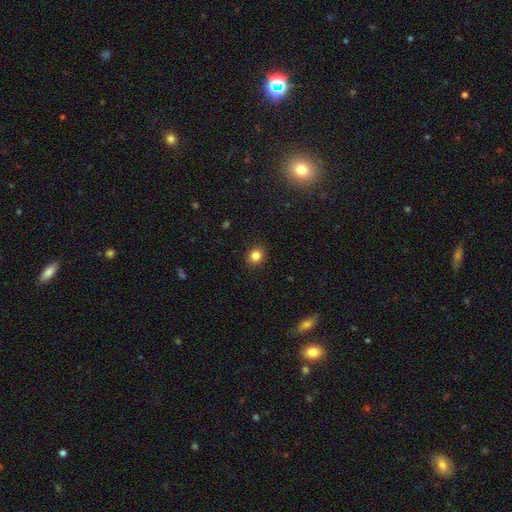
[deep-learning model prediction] This appears to be a smooth galaxy with no disk features (84%) that is round (73%). Merging: none (91%).